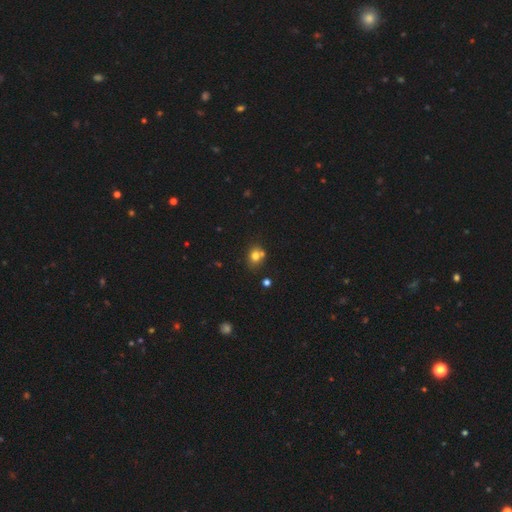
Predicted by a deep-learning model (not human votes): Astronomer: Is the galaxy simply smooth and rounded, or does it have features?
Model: smooth — 75%.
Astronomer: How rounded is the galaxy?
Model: round — 59% (runner-up: in between, 40%).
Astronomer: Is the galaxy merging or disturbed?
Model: none — 56%.